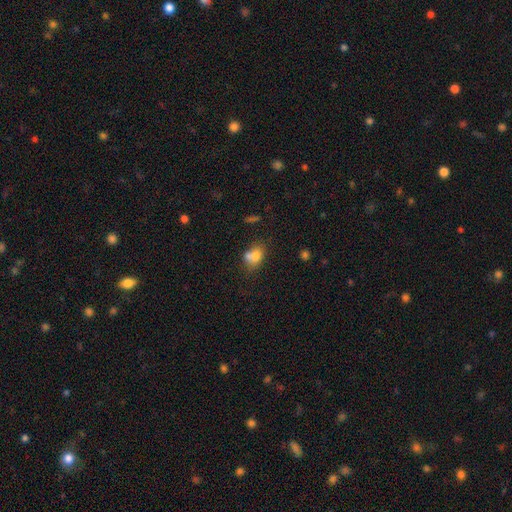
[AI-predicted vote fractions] The model was most divided on "merging": merger: 45%, none: 34%, minor disturbance: 15%, major disturbance: 6%. More confident: smooth or featured — smooth (73%); how rounded — in between (61%).